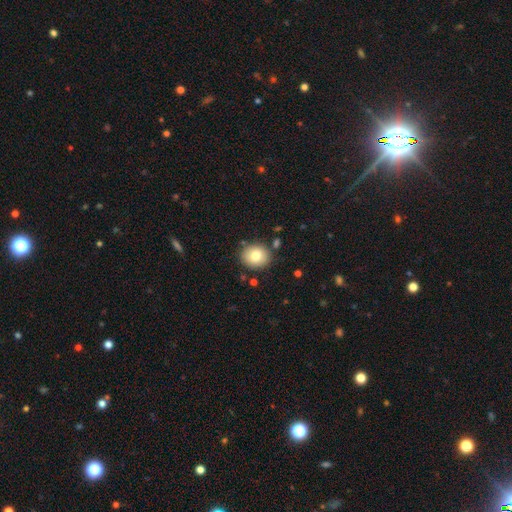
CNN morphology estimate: This is likely a smooth galaxy (78%). How rounded: likely round (76%). Merging: clearly none (85%).